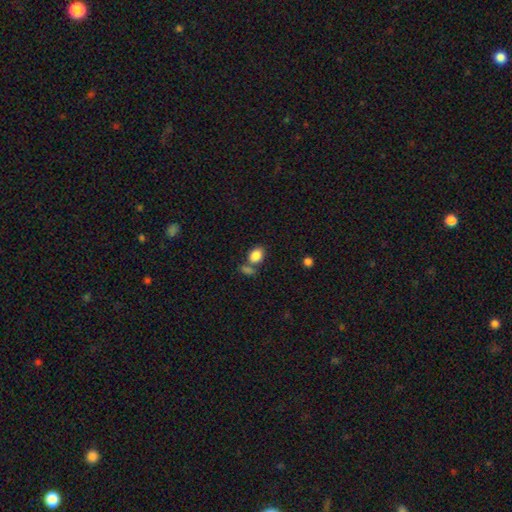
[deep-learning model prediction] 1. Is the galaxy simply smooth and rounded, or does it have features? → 86% smooth, 9% star or artifact, 5% featured or disk.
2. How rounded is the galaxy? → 68% in between, 31% round, 1% cigar-shaped.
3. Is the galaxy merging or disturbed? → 54% none, 30% merger, 12% minor disturbance, 5% major disturbance.